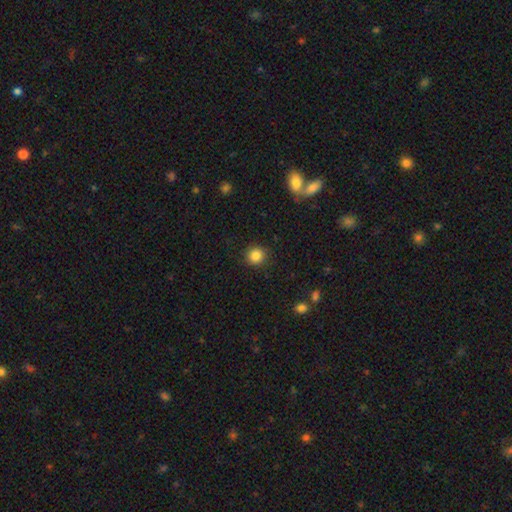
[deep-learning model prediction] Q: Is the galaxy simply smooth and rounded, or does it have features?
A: smooth — 85%.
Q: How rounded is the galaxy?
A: round — 92%.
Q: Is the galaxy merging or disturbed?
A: none — 90%.